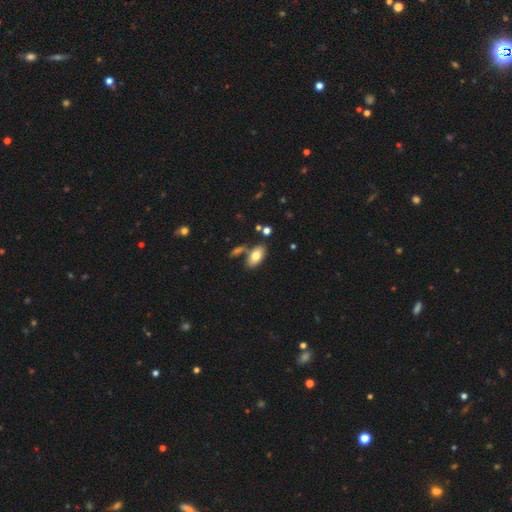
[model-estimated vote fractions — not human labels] Morphology: type=smooth (78%); roundness=in between (93%); merging=none (68%).